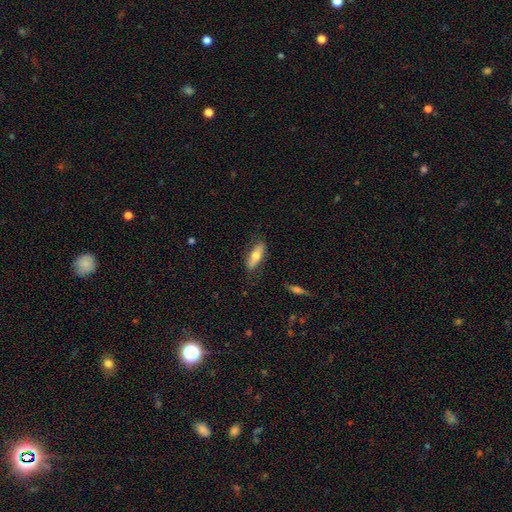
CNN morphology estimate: This appears to be a smooth galaxy with no disk features (62%) that is in between round and cigar-shaped (57%). Merging: none (78%).